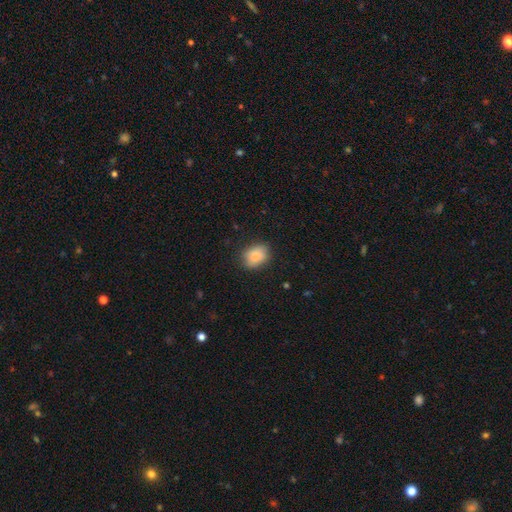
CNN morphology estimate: A smooth galaxy with no disk features (88%) that is in between round and cigar-shaped (66%). Merging: none (80%).